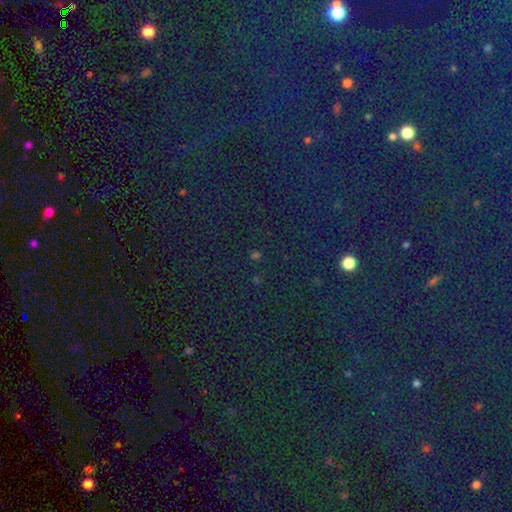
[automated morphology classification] The model was most divided on "smooth or featured": star or artifact: 67%, smooth: 24%, featured or disk: 9%.